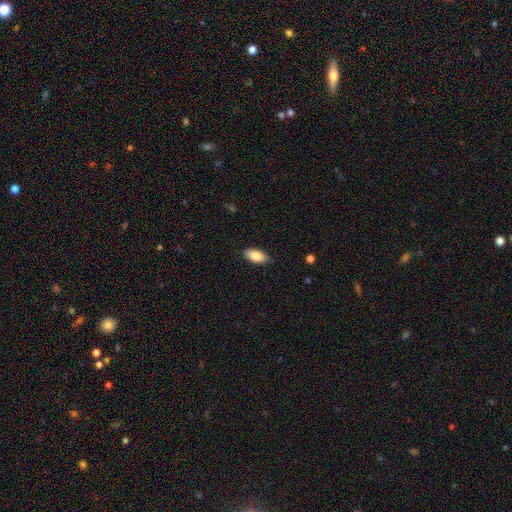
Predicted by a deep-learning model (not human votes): smooth_or_featured: smooth (p=0.85) [alt: featured or disk p=0.09]
how_rounded: in between (p=0.90) [alt: cigar-shaped p=0.08]
merging: none (p=0.86) [alt: minor disturbance p=0.11]